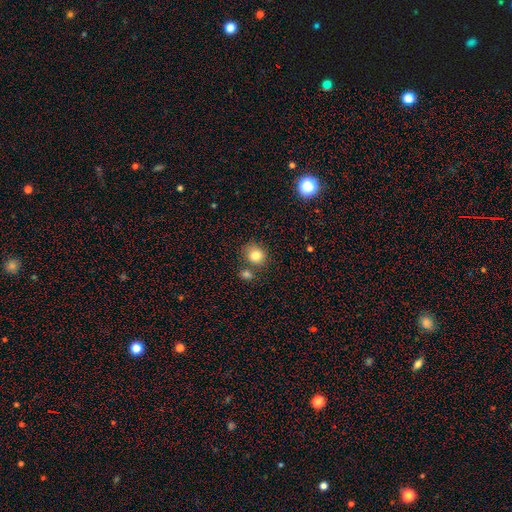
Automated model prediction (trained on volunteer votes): Smooth or featured?
  - smooth: 82% *
  - star or artifact: 10%
  - featured or disk: 8%
How rounded?
  - round: 69% *
  - in between: 30%
  - cigar-shaped: 1%
Merging?
  - none: 65% *
  - merger: 18%
  - minor disturbance: 13%
  - major disturbance: 4%